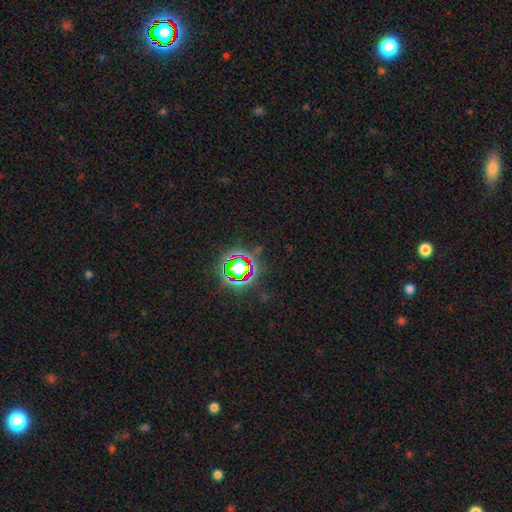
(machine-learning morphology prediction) This appears to be a star or artifact, not a galaxy (80%).